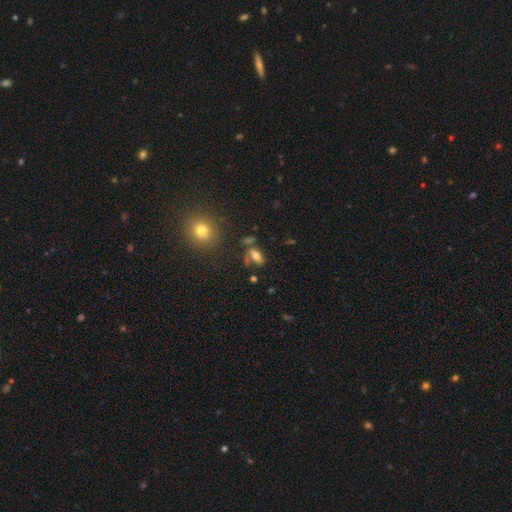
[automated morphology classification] The model was most divided on "smooth or featured": smooth: 59%, featured or disk: 27%, star or artifact: 14%. More confident: how rounded — in between (81%); merging — none (52%).